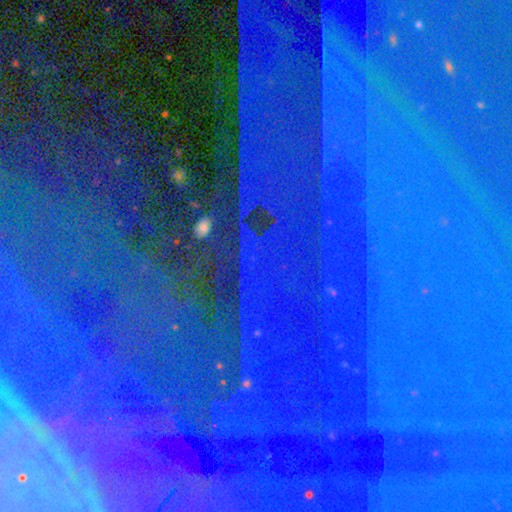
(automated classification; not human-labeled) Morphology: type=star or artifact (87%).